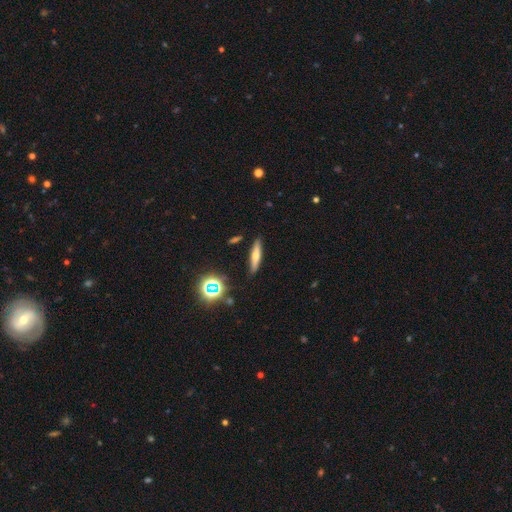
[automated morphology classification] smooth-or-featured: smooth: 51% | featured or disk: 37% | star or artifact: 13%
  how-rounded: cigar-shaped: 80% | in between: 17% | round: 3%
  merging: none: 88% | minor disturbance: 8% | major disturbance: 2% | merger: 2%